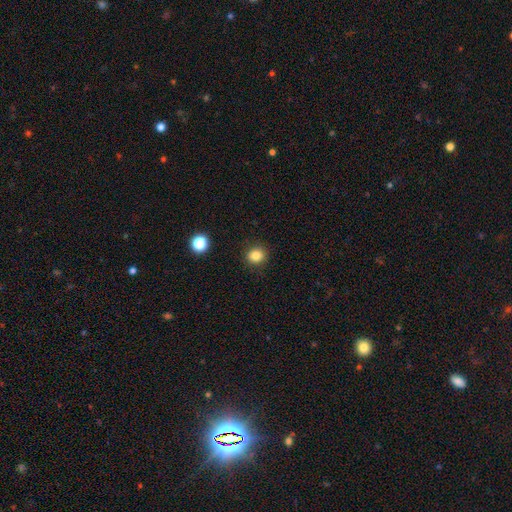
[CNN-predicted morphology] smooth 83%, star or artifact 12%, featured or disk 5%. Down the decision tree: how rounded — round (84%); merging — none (90%).